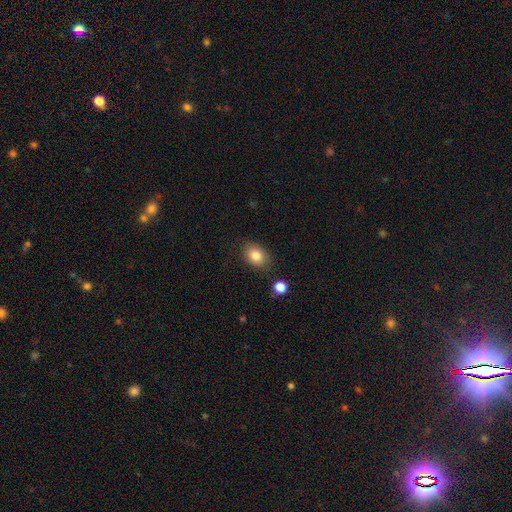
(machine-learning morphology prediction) Overall: smooth (83%). How rounded: in between (69%; round 30%). Merging: none (82%).